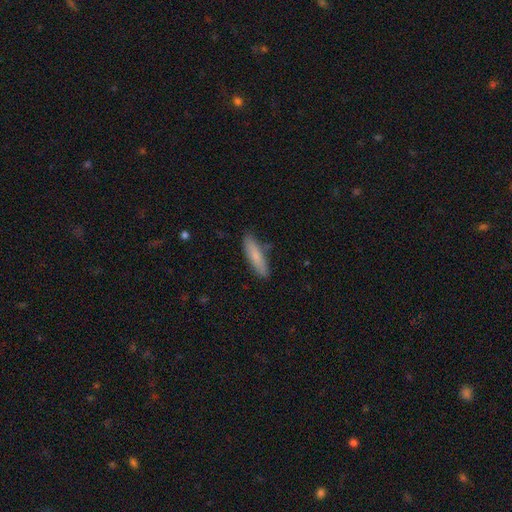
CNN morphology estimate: type=smooth (79%); roundness=cigar-shaped (75%); merging=none (83%).